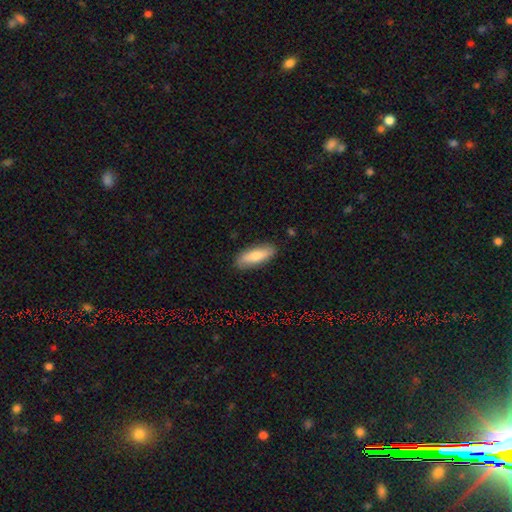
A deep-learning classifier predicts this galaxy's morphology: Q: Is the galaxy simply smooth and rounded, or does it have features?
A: smooth — 72%.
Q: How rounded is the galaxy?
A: in between — 60%.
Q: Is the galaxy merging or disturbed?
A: none — 86%.